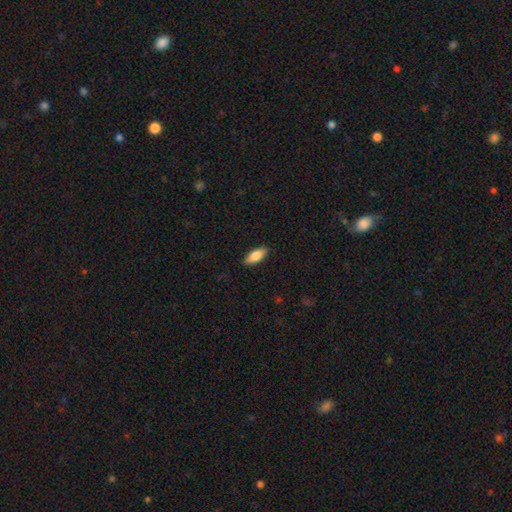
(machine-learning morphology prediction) Smooth or featured? Predicted: smooth (p=0.80). How rounded? Predicted: in between (p=0.78). Merging? Predicted: none (p=0.88).